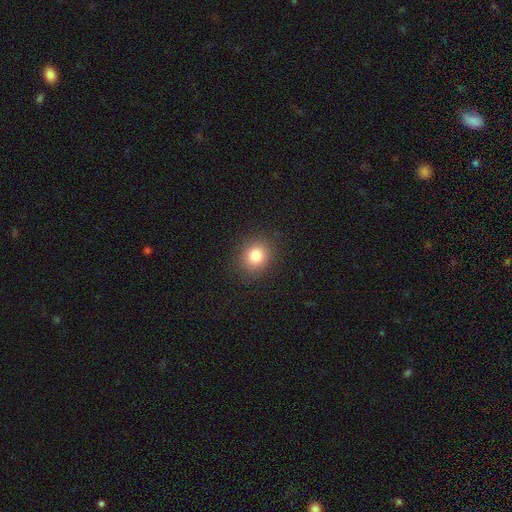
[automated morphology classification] The model was most divided on "how rounded": round: 79%, in between: 20%, cigar-shaped: 1%. More confident: merging — none (89%); smooth or featured — smooth (81%).